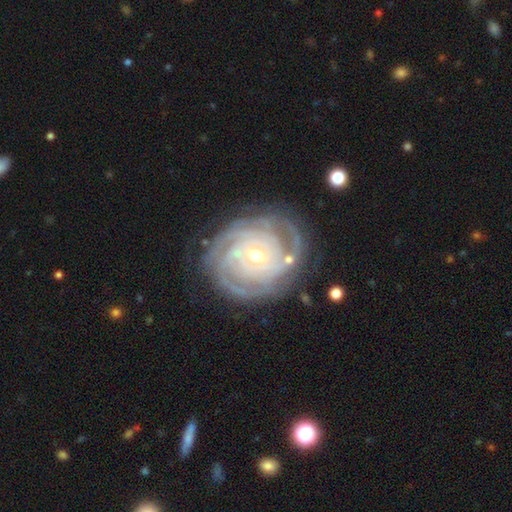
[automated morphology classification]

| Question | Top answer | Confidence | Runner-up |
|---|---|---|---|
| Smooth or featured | featured or disk | 90% | smooth (5%) |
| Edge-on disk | no | 97% | yes (3%) |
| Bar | no | 60% | weak (29%) |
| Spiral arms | yes | 98% | no (2%) |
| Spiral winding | tight | 84% | medium (14%) |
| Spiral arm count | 3 | 27% | 4 (22%) |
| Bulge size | moderate | 51% | small (45%) |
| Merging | none | 78% | minor disturbance (15%) |